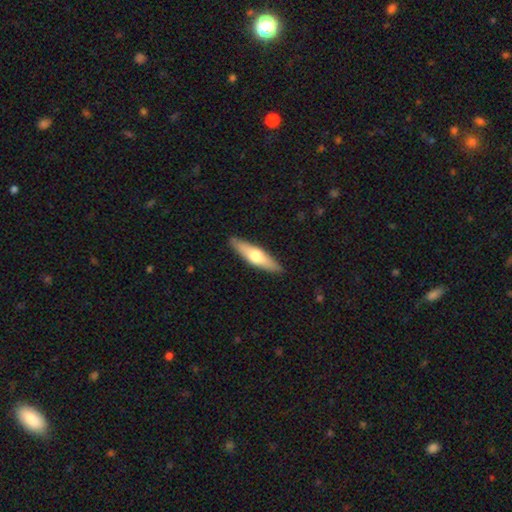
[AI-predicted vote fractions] Smooth or featured?
  - smooth: 48% *
  - featured or disk: 47%
  - star or artifact: 5%
Merging?
  - none: 89% *
  - minor disturbance: 8%
  - major disturbance: 2%
  - merger: 1%